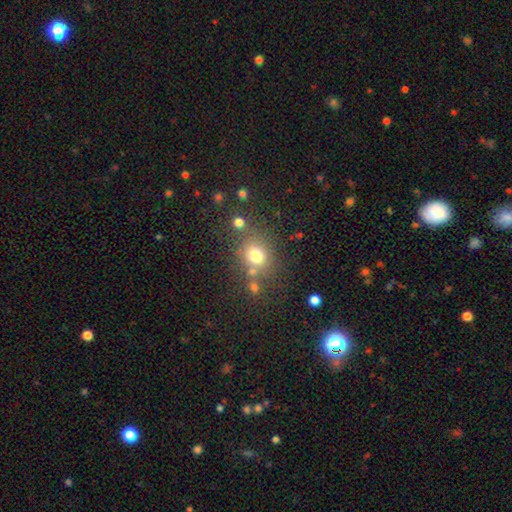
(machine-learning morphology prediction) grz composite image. It shows a smooth galaxy with no disk features (73%) that is round (72%). Merging: none (66%).